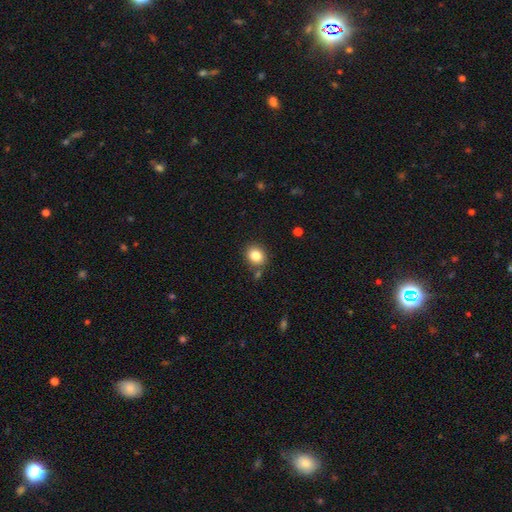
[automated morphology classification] Smooth or featured? smooth (84%)
How rounded? round (67%)
Merging? none (81%)